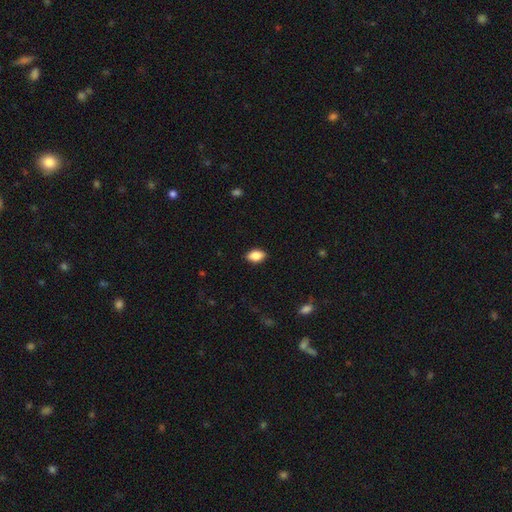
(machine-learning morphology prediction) type=smooth (87%); roundness=in between (91%); merging=none (89%).